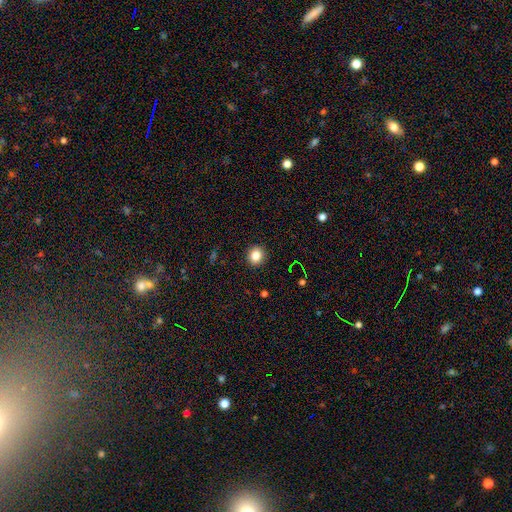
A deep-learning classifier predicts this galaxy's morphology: smooth-or-featured: smooth: 83% | star or artifact: 11% | featured or disk: 6%
  how-rounded: round: 83% | in between: 16% | cigar-shaped: 1%
  merging: none: 92% | minor disturbance: 5% | major disturbance: 2% | merger: 1%